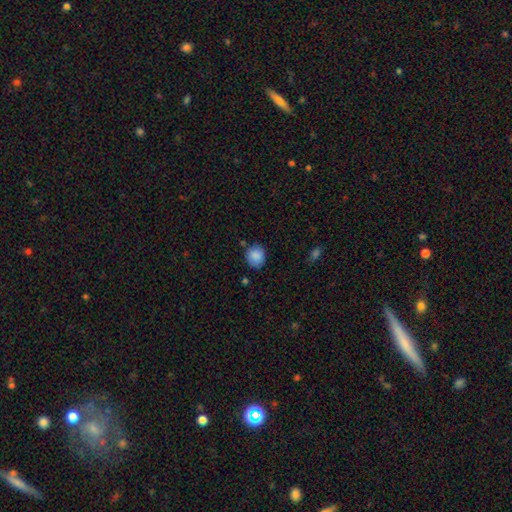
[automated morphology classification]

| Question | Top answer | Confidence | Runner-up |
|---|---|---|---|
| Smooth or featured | smooth | 87% | star or artifact (8%) |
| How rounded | round | 77% | in between (22%) |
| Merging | none | 79% | minor disturbance (15%) |